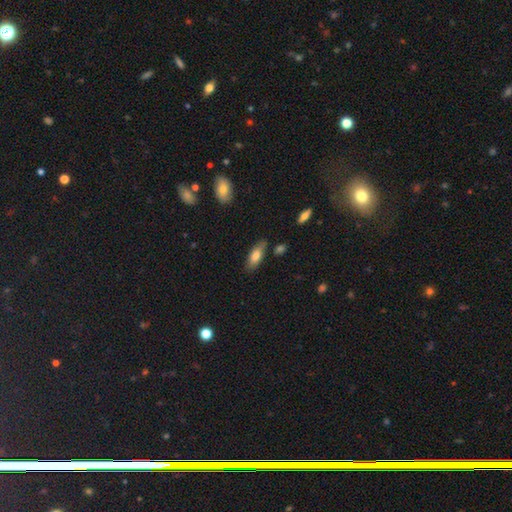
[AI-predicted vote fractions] A smooth galaxy with no disk features (77%) that is in between round and cigar-shaped (75%).

Vote fractions:
- Smooth or featured? smooth: 77% / featured or disk: 16% / star or artifact: 6%
- How rounded? in between: 75% / cigar-shaped: 23% / round: 2%
- Merging? none: 78% / minor disturbance: 16% / merger: 4% / major disturbance: 3%